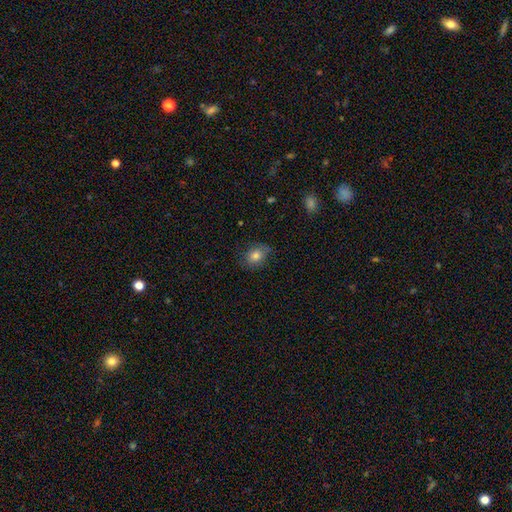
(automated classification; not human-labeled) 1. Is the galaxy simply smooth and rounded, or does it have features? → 77% smooth, 13% featured or disk, 10% star or artifact.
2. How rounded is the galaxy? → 53% in between, 46% round, 1% cigar-shaped.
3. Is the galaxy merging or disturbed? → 69% none, 23% minor disturbance, 6% major disturbance, 1% merger.